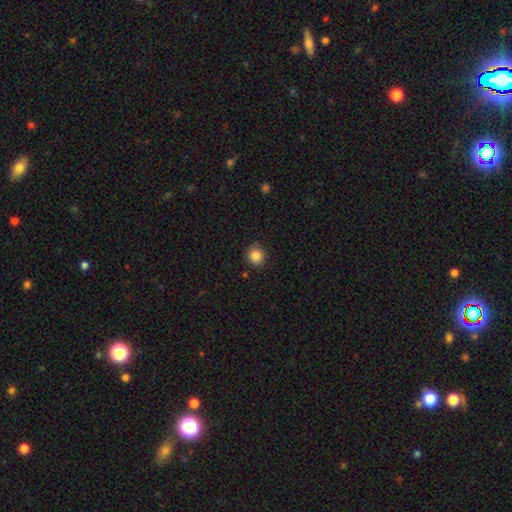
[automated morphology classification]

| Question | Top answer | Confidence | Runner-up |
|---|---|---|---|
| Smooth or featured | smooth | 86% | star or artifact (10%) |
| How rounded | round | 91% | in between (9%) |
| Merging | none | 88% | minor disturbance (9%) |